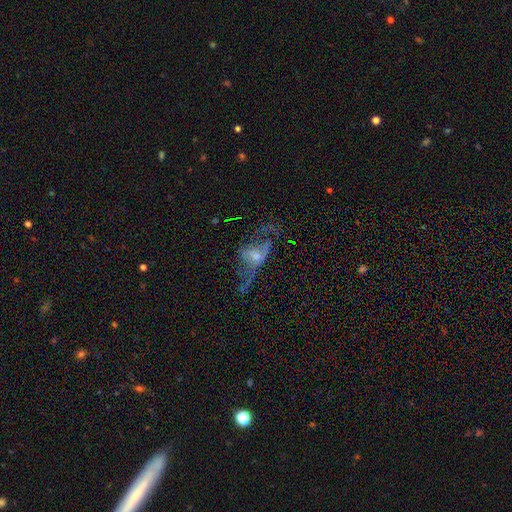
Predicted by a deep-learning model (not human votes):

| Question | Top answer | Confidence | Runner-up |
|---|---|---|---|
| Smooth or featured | featured or disk | 67% | smooth (19%) |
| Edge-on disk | no | 87% | yes (13%) |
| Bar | no | 64% | weak (27%) |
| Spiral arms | yes | 54% | no (46%) |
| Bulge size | small | 45% | moderate (40%) |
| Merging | major disturbance | 45% | none (35%) |